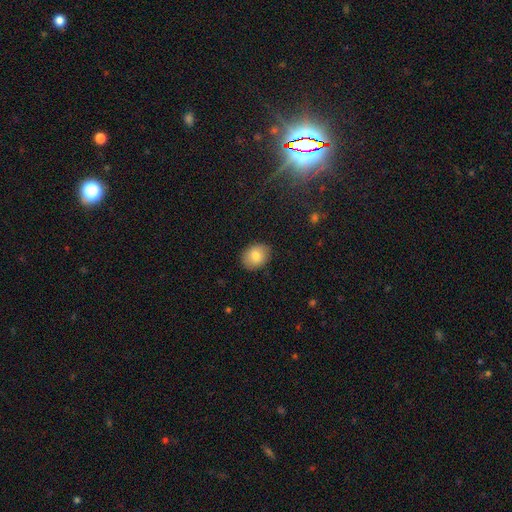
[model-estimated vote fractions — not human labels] smooth 81%, featured or disk 11%, star or artifact 8%. Down the decision tree: how rounded — in between (56%); merging — none (87%).